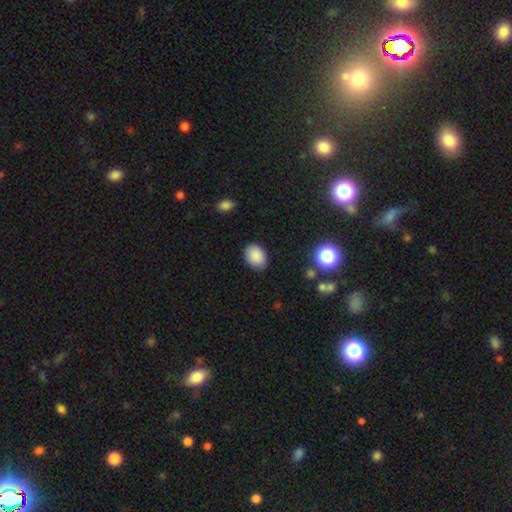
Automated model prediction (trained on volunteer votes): This appears to be a smooth galaxy with no disk features (87%) that is in between round and cigar-shaped (70%). Merging: none (84%).